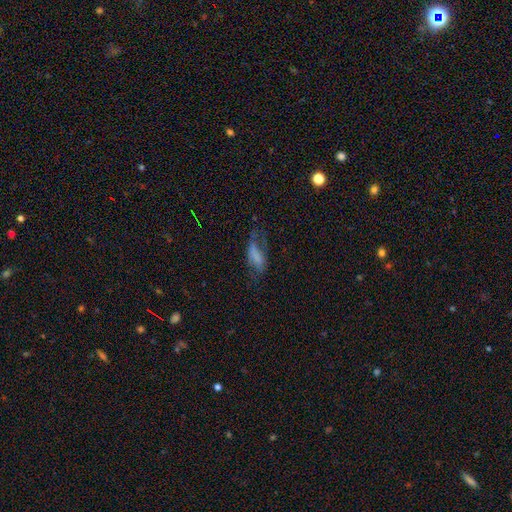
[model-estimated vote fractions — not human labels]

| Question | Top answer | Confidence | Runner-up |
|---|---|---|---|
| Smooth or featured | smooth | 52% | featured or disk (35%) |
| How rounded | in between | 80% | cigar-shaped (16%) |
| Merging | major disturbance | 38% | none (34%) |